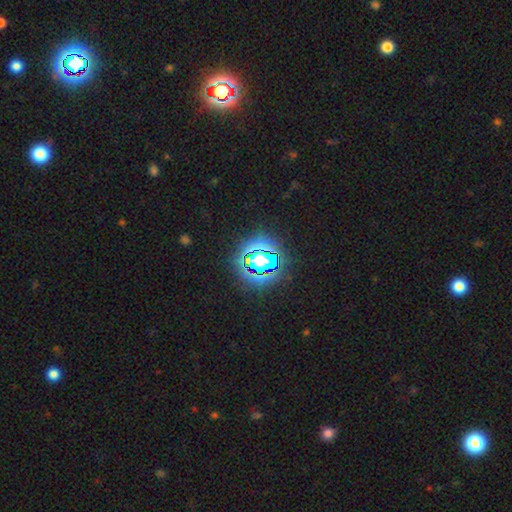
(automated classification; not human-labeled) Morphology: type=star or artifact (67%).